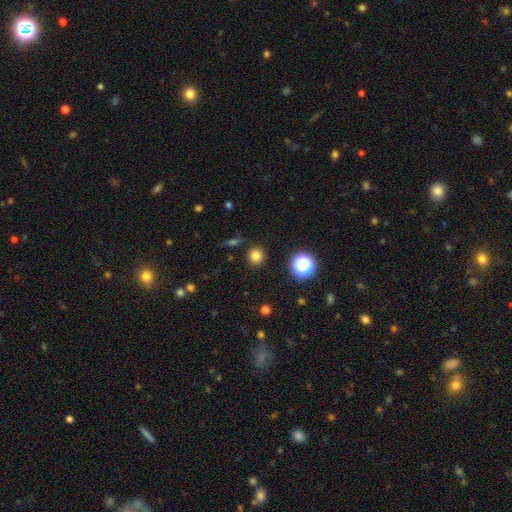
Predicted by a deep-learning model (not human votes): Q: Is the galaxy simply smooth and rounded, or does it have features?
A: smooth — 80%.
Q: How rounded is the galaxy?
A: round — 90%.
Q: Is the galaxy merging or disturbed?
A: none — 89%.